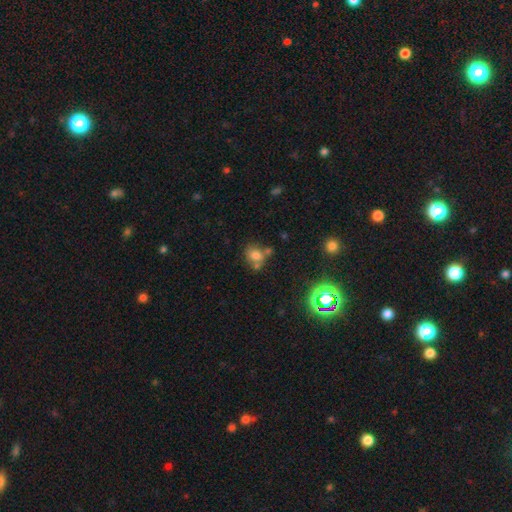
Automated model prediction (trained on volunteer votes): Smooth or featured? Predicted: smooth (p=0.71). How rounded? Predicted: round (p=0.58). Merging? Predicted: none (p=0.47).